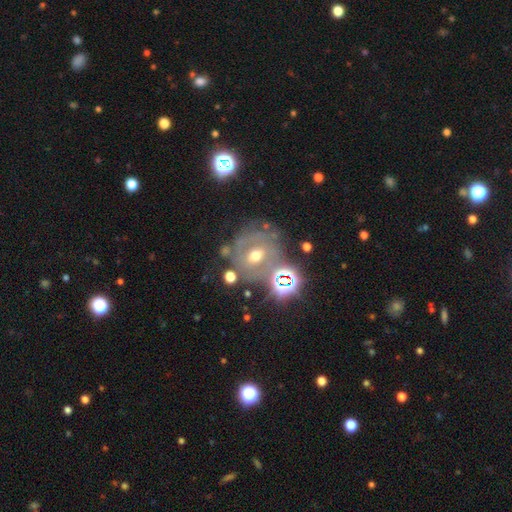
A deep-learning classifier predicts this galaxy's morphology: smooth-or-featured: featured or disk: 54% | smooth: 25% | star or artifact: 20%
  disk-edge-on: no: 95% | yes: 5%
    bar: no: 45% | weak: 36% | strong: 19%
    has-spiral-arms: yes: 54% | no: 46%
    bulge-size: moderate: 69% | small: 21% | large: 7% | none: 2% | dominant: 2%
  merging: none: 62% | minor disturbance: 17% | major disturbance: 12% | merger: 8%